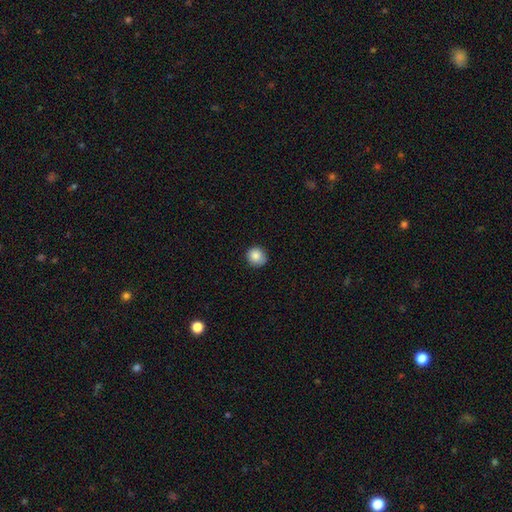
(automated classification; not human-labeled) Smooth or featured? smooth (86%)
How rounded? round (90%)
Merging? none (80%)